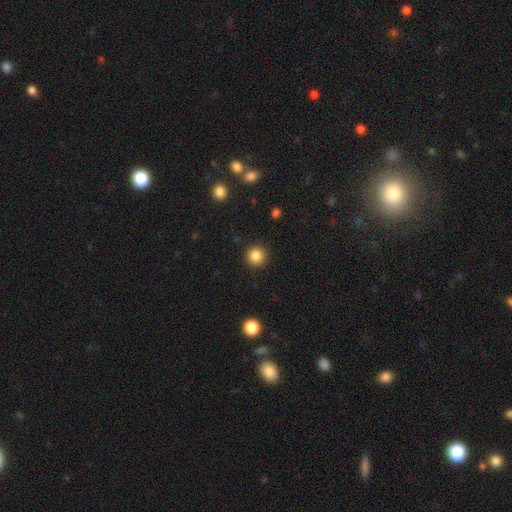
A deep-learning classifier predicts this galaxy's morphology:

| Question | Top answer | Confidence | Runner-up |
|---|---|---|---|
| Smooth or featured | smooth | 86% | star or artifact (10%) |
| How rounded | round | 95% | in between (4%) |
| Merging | none | 92% | minor disturbance (5%) |